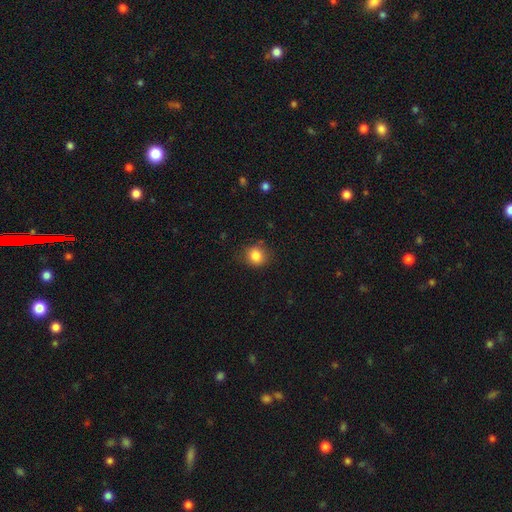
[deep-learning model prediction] A smooth galaxy with no disk features (85%) that is round (77%). Merging: none (79%).